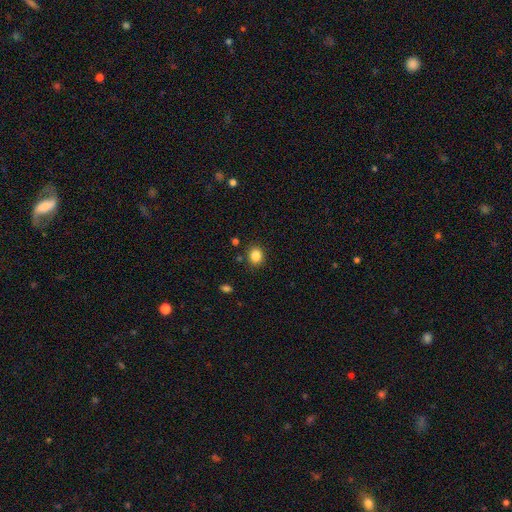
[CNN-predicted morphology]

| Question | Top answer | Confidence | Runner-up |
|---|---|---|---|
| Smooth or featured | smooth | 85% | star or artifact (11%) |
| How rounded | round | 73% | in between (27%) |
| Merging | none | 87% | minor disturbance (8%) |